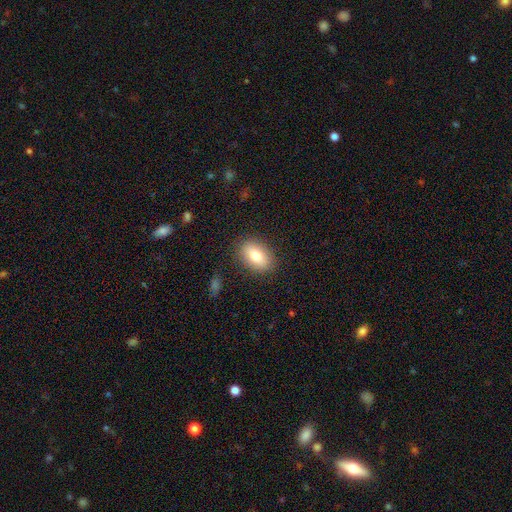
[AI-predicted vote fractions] Smooth or featured? smooth (80%)
How rounded? in between (86%)
Merging? none (86%)